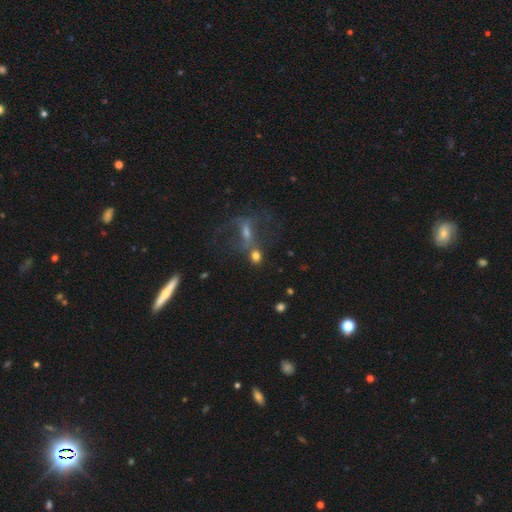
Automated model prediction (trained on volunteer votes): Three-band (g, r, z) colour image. It shows a smooth galaxy with no disk features (61%) that is round (60%). Merging: none (48%).